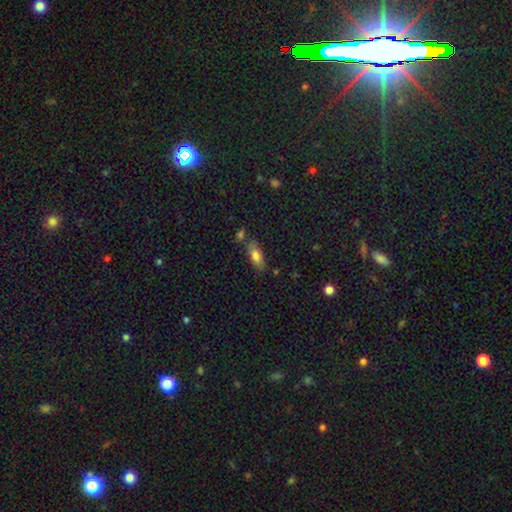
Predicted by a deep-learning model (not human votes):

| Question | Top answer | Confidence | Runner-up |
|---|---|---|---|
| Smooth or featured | smooth | 76% | featured or disk (16%) |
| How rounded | in between | 81% | cigar-shaped (16%) |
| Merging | none | 67% | minor disturbance (18%) |